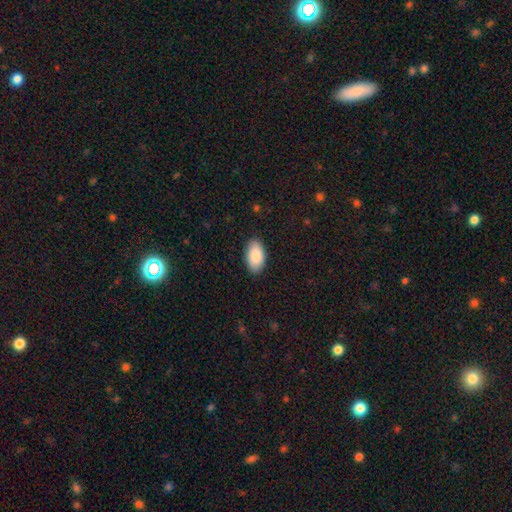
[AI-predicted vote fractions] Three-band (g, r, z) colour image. It shows a smooth galaxy with no disk features (89%) that is in between round and cigar-shaped (96%). Merging: none (89%).